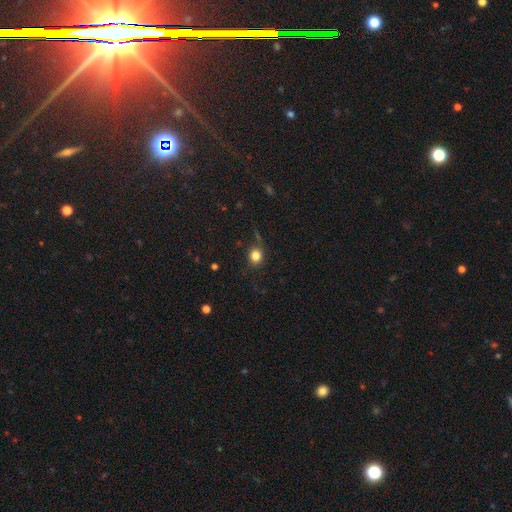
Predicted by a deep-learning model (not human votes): smooth-or-featured: smooth: 81% | star or artifact: 13% | featured or disk: 6%
  how-rounded: round: 84% | in between: 15% | cigar-shaped: 1%
  merging: none: 78% | minor disturbance: 14% | major disturbance: 5% | merger: 3%